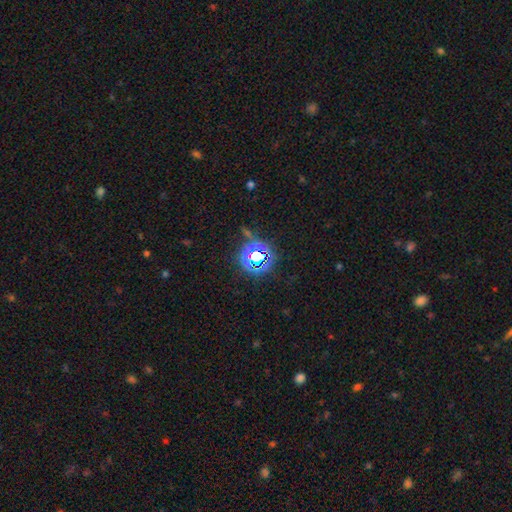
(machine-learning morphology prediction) A star or artifact, not a galaxy (71%).